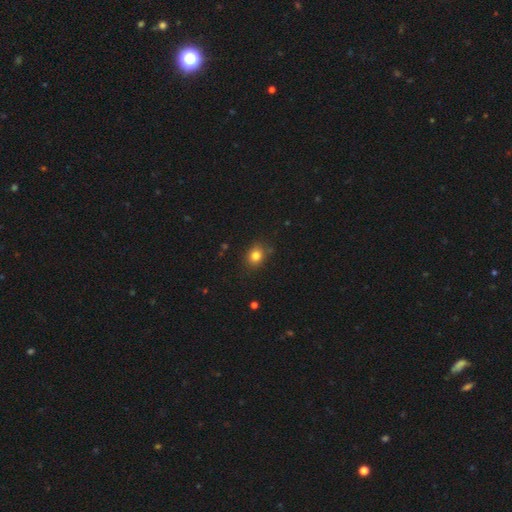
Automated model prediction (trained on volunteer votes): Smooth or featured? smooth (82%)
How rounded? round (54%)
Merging? none (82%)